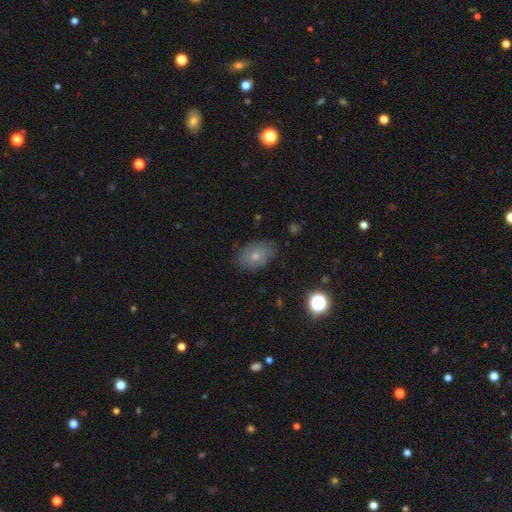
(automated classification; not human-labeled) A smooth galaxy with no disk features (59%) that is in between round and cigar-shaped (77%).

Vote fractions:
- Smooth or featured? smooth: 59% / featured or disk: 30% / star or artifact: 12%
- How rounded? in between: 77% / round: 21% / cigar-shaped: 1%
- Merging? none: 72% / minor disturbance: 21% / major disturbance: 6% / merger: 1%